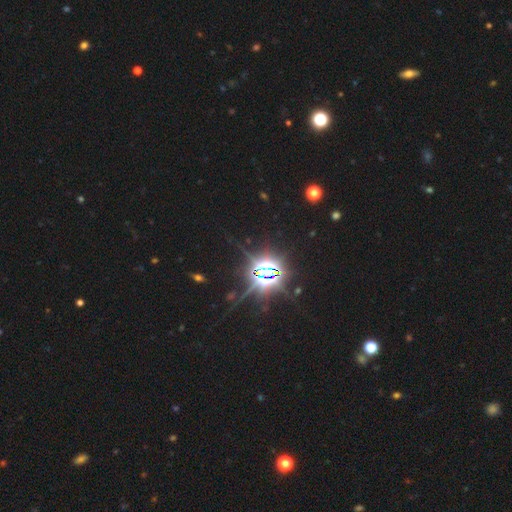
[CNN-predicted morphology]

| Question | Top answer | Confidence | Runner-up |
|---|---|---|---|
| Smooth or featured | star or artifact | 86% | smooth (8%) |